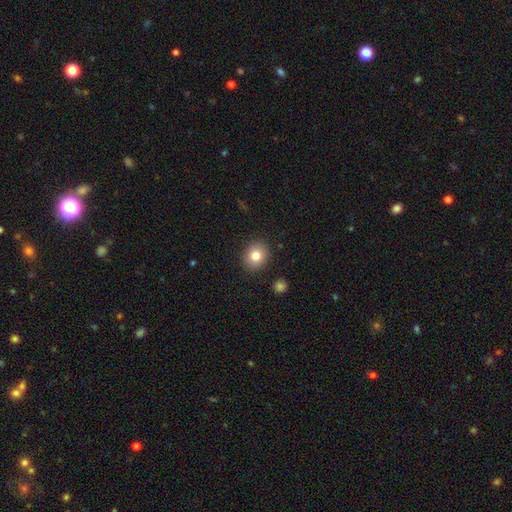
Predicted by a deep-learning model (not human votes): smooth 82%, star or artifact 10%, featured or disk 9%. Down the decision tree: how rounded — round (68%); merging — none (89%).